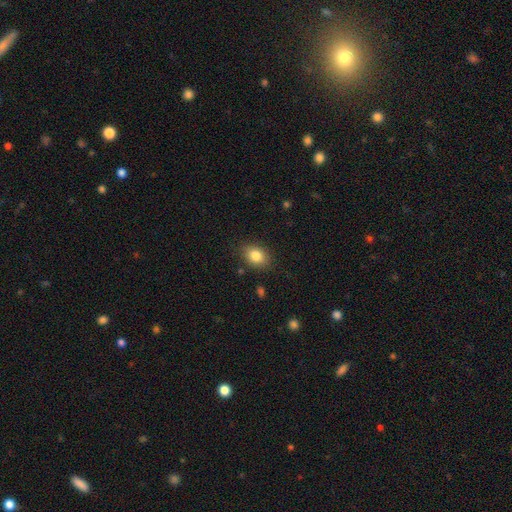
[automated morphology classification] Smooth or featured?
  - smooth: 83% *
  - star or artifact: 9%
  - featured or disk: 8%
How rounded?
  - in between: 71% *
  - round: 28%
  - cigar-shaped: 1%
Merging?
  - none: 84% *
  - minor disturbance: 12%
  - major disturbance: 3%
  - merger: 2%